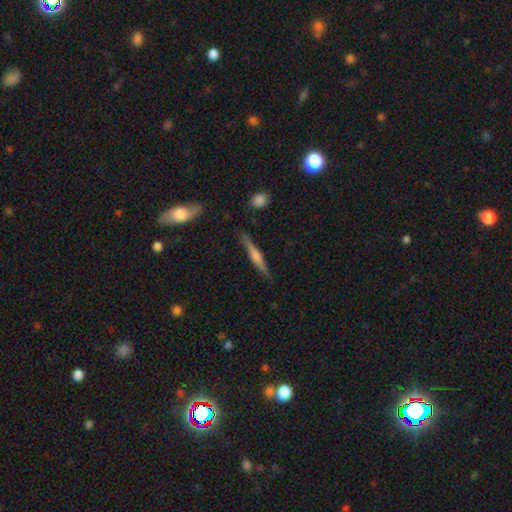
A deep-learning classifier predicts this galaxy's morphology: This is likely a featured or disk galaxy (63%). It is clearly viewed edge-on (97%). Edge-on bulge: likely rounded (63%). Merging: clearly none (87%).